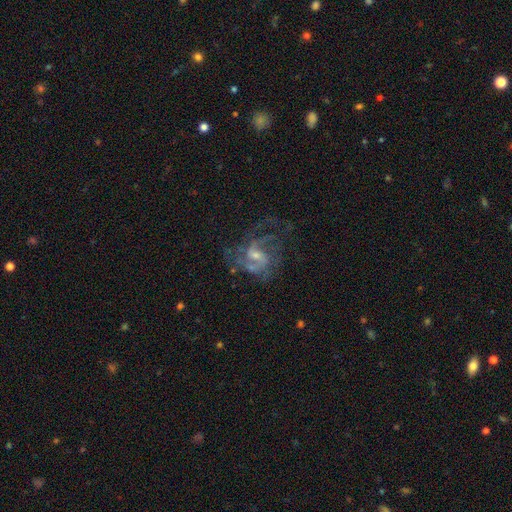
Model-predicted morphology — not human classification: The model was most divided on "bulge size": small: 51%, moderate: 37%, none: 8%, large: 2%, dominant: 1%. Remaining: edge-on disk — no (98%); spiral arms — yes (91%); smooth or featured — featured or disk (83%); merging — none (54%); bar — weak (53%); spiral winding — medium (49%); spiral arm count — 2 (48%).